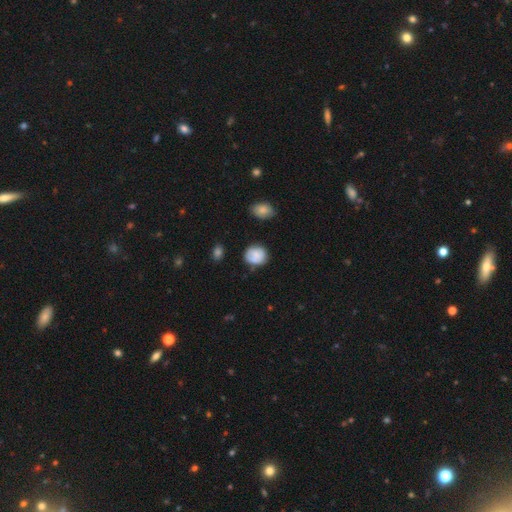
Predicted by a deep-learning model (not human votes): smooth 77%, featured or disk 15%, star or artifact 8%. Down the decision tree: how rounded — round (74%); merging — none (71%).